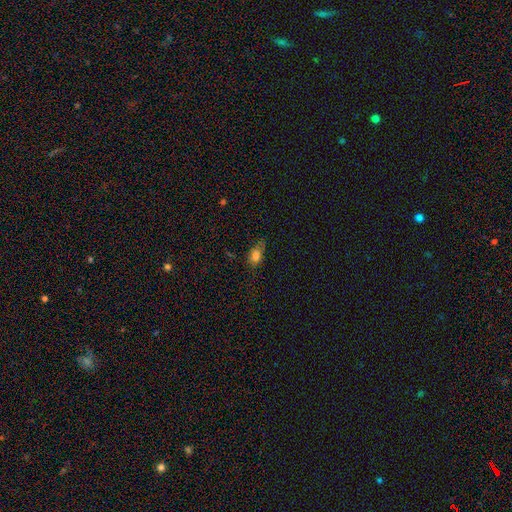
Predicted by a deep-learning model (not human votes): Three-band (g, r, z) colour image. It shows a smooth galaxy with no disk features (74%) that is in between round and cigar-shaped (77%). Merging: none (54%).